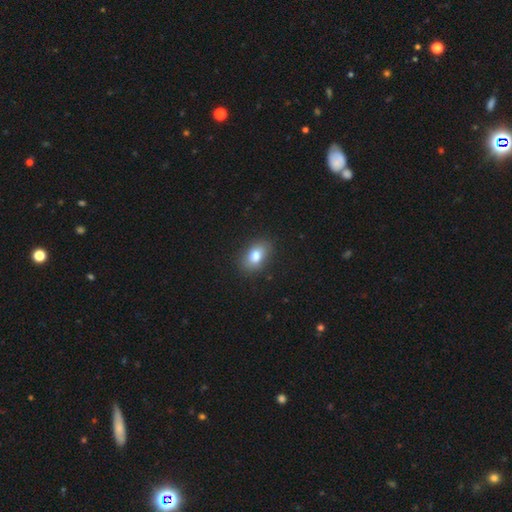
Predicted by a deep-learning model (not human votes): The model was most divided on "smooth or featured": smooth: 81%, featured or disk: 11%, star or artifact: 9%. More confident: how rounded — in between (85%); merging — none (84%).